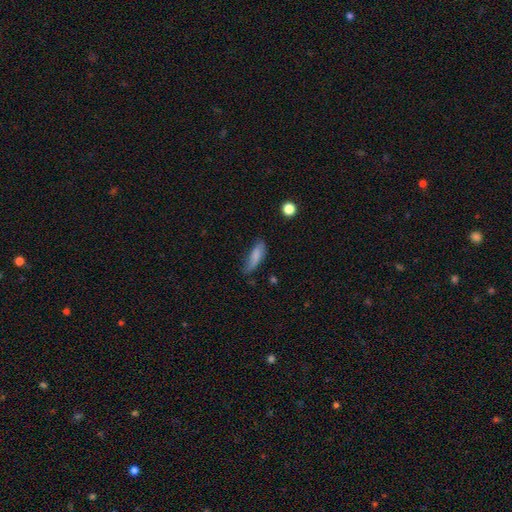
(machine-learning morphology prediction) A smooth galaxy with no disk features (77%) that is in between round and cigar-shaped (51%).

Vote fractions:
- Smooth or featured? smooth: 77% / featured or disk: 15% / star or artifact: 8%
- How rounded? in between: 51% / cigar-shaped: 46% / round: 2%
- Merging? none: 55% / minor disturbance: 33% / major disturbance: 10% / merger: 3%